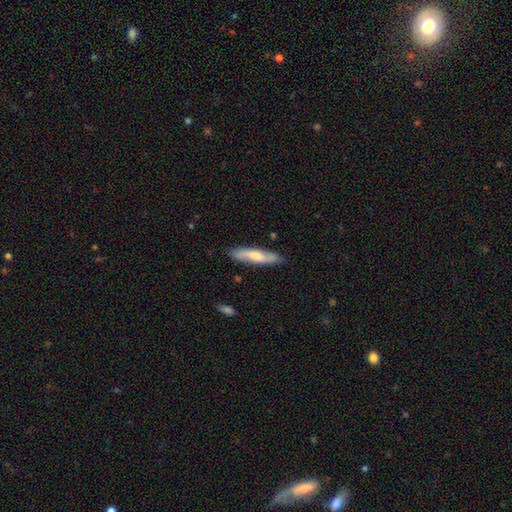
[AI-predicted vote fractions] The model was most divided on "smooth or featured": smooth: 51%, featured or disk: 43%, star or artifact: 6%. More confident: merging — none (84%); how rounded — cigar-shaped (78%).